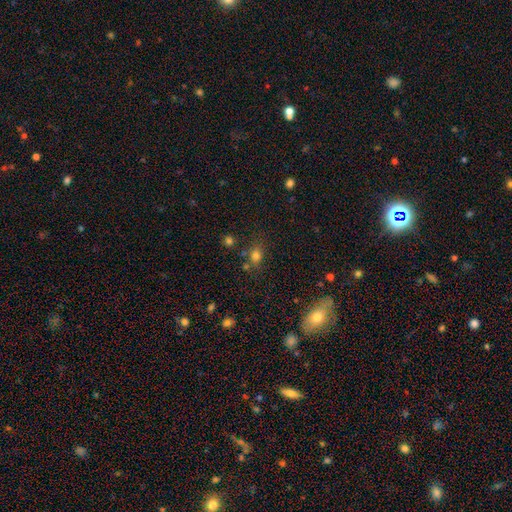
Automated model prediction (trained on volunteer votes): A smooth galaxy with no disk features (76%) that is round (53%).

Vote fractions:
- Smooth or featured? smooth: 76% / star or artifact: 17% / featured or disk: 8%
- How rounded? round: 53% / in between: 45% / cigar-shaped: 2%
- Merging? none: 67% / minor disturbance: 15% / merger: 12% / major disturbance: 6%